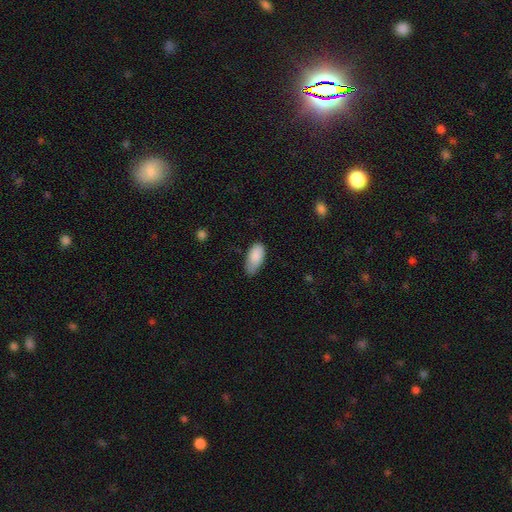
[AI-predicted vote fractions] Overall: smooth (87%). How rounded: in between (93%). Merging: none (52%; minor disturbance 39%).